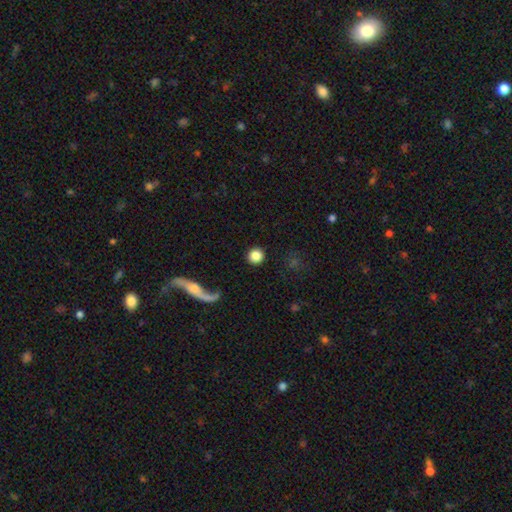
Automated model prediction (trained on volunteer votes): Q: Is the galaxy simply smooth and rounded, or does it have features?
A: smooth — 84%.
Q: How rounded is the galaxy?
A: round — 95%.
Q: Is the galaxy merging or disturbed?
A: none — 90%.